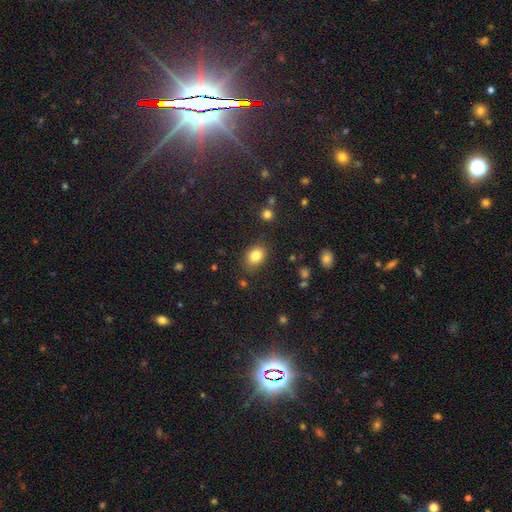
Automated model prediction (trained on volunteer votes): smooth_or_featured: smooth (p=0.83) [alt: star or artifact p=0.10]
how_rounded: in between (p=0.66) [alt: round p=0.33]
merging: none (p=0.81) [alt: minor disturbance p=0.13]